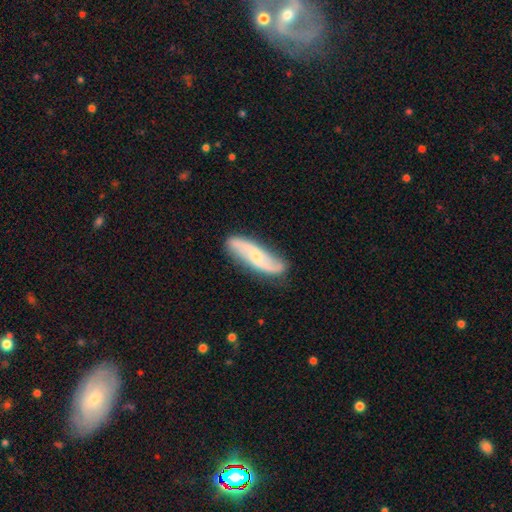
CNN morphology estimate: A featured or disk galaxy (75%) with no bar (49%), 2 (90%) loose (64%) spiral arms (94%) and a small central bulge (64%). Merging: none (80%).